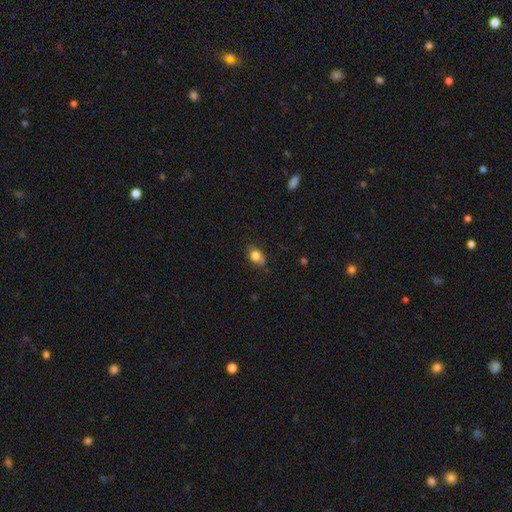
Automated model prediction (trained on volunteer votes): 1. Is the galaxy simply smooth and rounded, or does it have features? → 78% smooth, 11% star or artifact, 10% featured or disk.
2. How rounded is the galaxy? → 51% round, 47% in between, 2% cigar-shaped.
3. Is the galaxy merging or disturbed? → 61% none, 23% minor disturbance, 10% merger, 6% major disturbance.